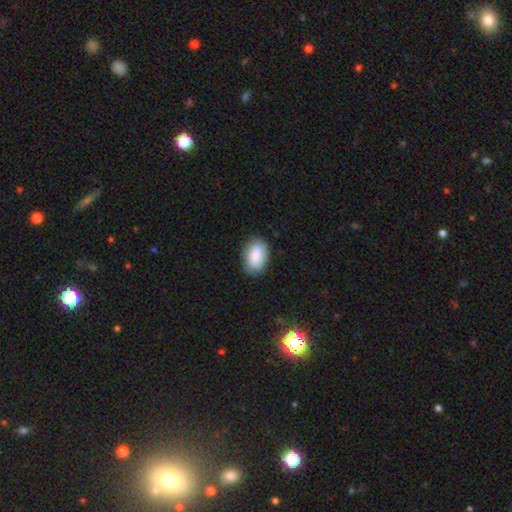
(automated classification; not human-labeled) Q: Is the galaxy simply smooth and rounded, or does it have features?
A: smooth — 86%.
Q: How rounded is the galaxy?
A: in between — 88%.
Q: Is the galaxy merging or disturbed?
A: none — 81%.